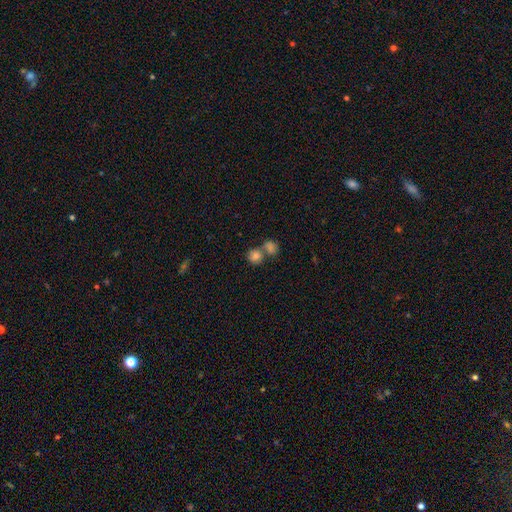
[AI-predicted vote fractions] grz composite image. It shows a smooth galaxy with no disk features (81%) that is round (81%). Merging: merger (49%).